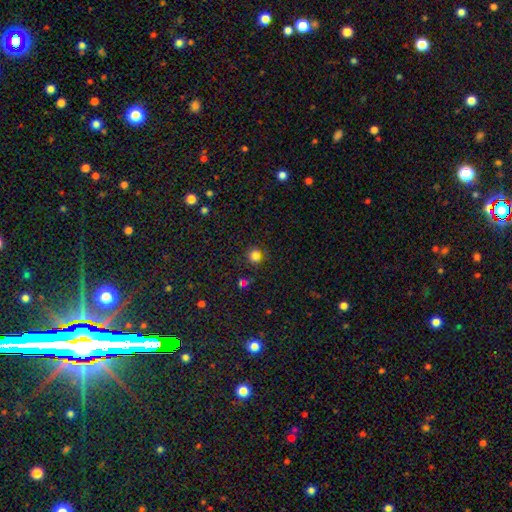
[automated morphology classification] Overall: smooth (81%). How rounded: round (85%). Merging: none (80%).